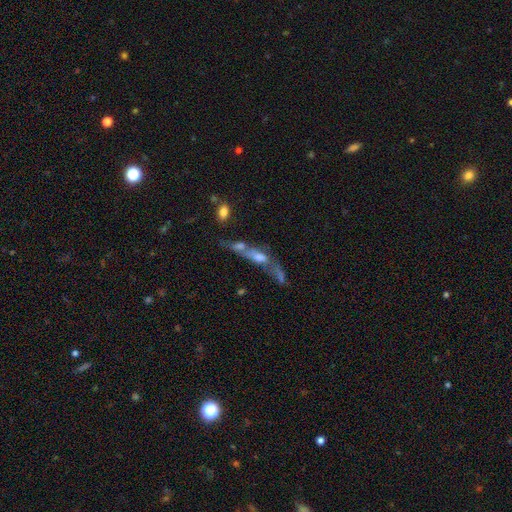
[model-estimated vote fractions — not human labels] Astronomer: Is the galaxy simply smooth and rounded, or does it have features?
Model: featured or disk — 56%.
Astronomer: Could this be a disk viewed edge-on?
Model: no — 51% (runner-up: yes, 49%).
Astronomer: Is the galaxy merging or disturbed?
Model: merger — 41% (runner-up: none, 30%).